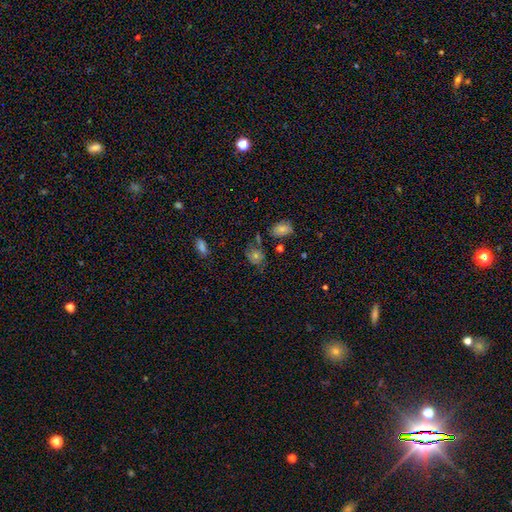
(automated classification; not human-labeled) Q: Smooth or featured?
A: smooth (39%); runner-up: featured or disk (33%)
Q: Merging?
A: none (64%); runner-up: minor disturbance (19%)